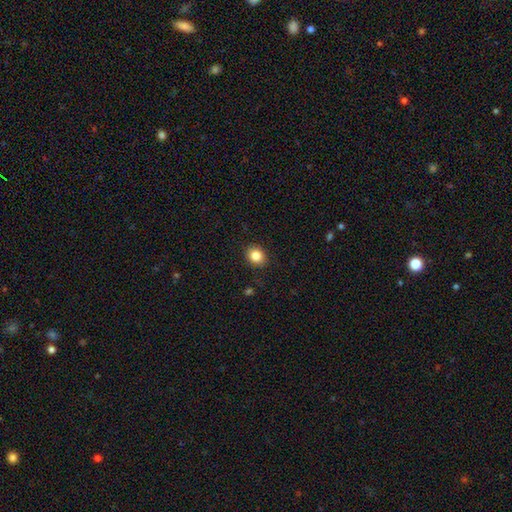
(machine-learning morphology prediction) A smooth galaxy with no disk features (84%) that is round (61%). Merging: none (89%).